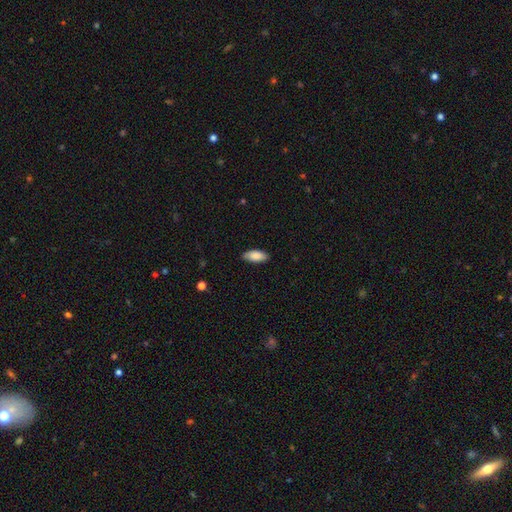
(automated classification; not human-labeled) The model was most divided on "merging": none: 83%, minor disturbance: 14%, major disturbance: 2%, merger: 1%. More confident: how rounded — in between (88%); smooth or featured — smooth (84%).